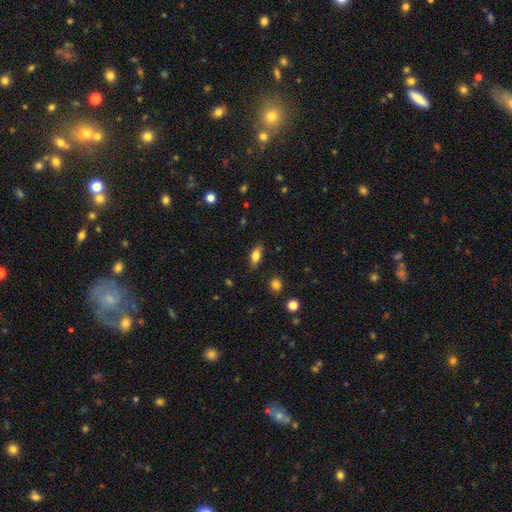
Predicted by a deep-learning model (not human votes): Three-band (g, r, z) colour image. It shows a smooth galaxy with no disk features (76%) that is in between round and cigar-shaped (80%). Merging: none (81%).